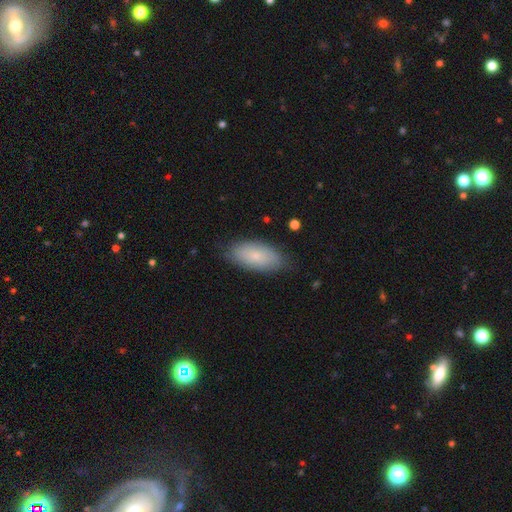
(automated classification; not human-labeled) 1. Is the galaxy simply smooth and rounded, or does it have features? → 76% smooth, 18% featured or disk, 7% star or artifact.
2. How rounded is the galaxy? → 91% in between, 6% cigar-shaped, 3% round.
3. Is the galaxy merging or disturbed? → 80% none, 15% minor disturbance, 3% major disturbance, 1% merger.